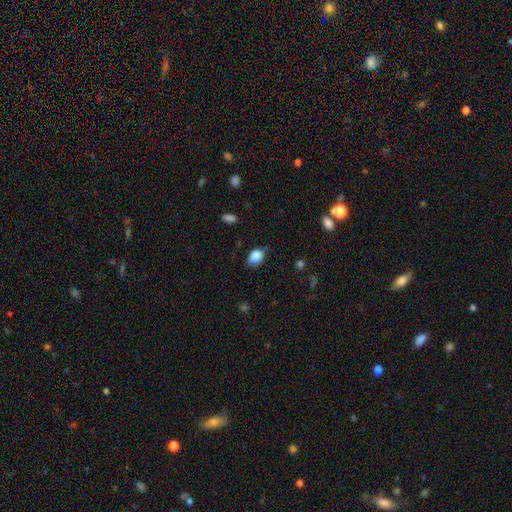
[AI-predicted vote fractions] Smooth or featured: smooth — 86% (star or artifact — 9%)
How rounded: in between — 74% (round — 25%)
Merging: none — 73% (minor disturbance — 21%)